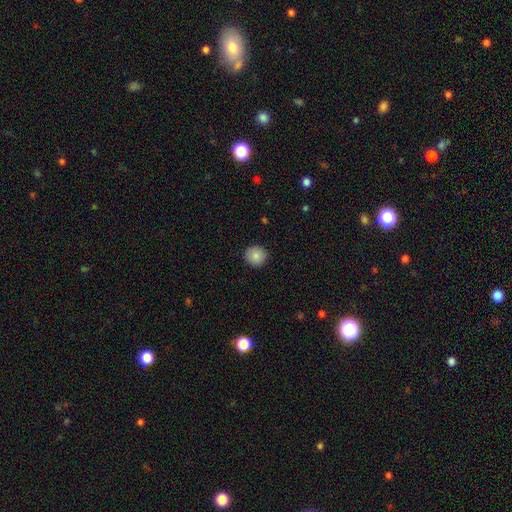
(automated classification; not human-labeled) smooth_or_featured: smooth (p=0.86) [alt: star or artifact p=0.09]
how_rounded: round (p=0.91) [alt: in between p=0.08]
merging: none (p=0.91) [alt: minor disturbance p=0.06]